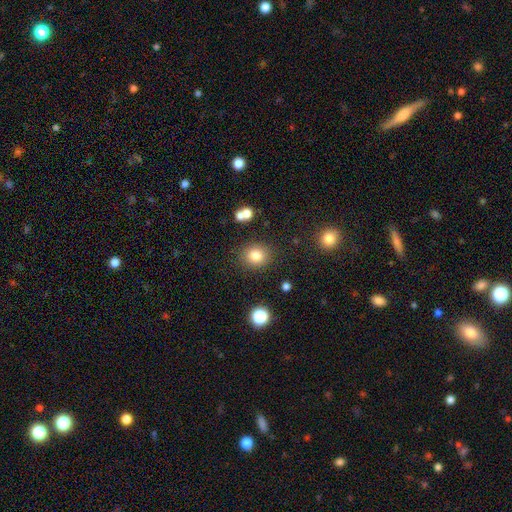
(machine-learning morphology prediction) smooth_or_featured: smooth (p=0.82) [alt: star or artifact p=0.12]
how_rounded: round (p=0.78) [alt: in between p=0.21]
merging: none (p=0.85) [alt: minor disturbance p=0.08]